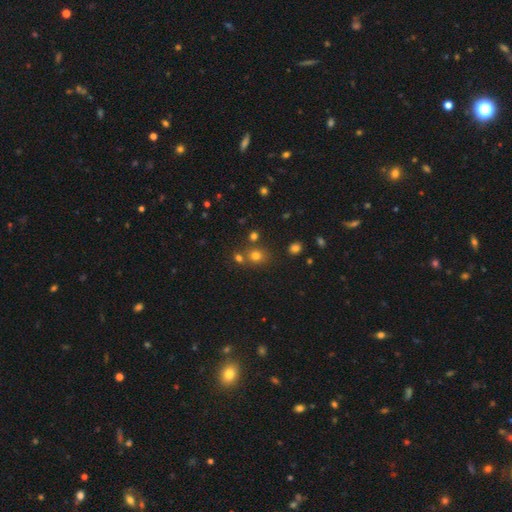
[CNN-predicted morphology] Smooth or featured? smooth (72%)
How rounded? round (72%)
Merging? none (66%)